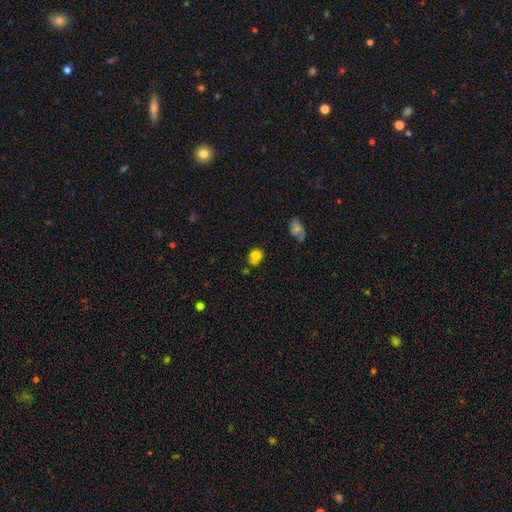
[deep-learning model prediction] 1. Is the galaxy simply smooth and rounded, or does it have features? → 75% smooth, 13% star or artifact, 11% featured or disk.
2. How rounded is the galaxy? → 66% round, 33% in between, 1% cigar-shaped.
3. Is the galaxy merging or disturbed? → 61% none, 23% minor disturbance, 10% merger, 7% major disturbance.